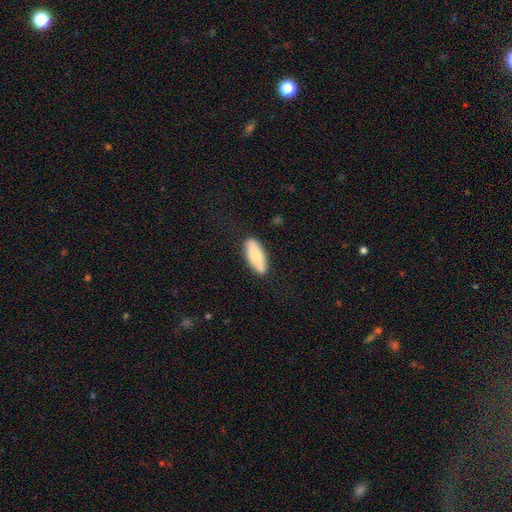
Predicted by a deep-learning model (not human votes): Q: Smooth or featured?
A: smooth (74%); runner-up: featured or disk (20%)
Q: How rounded?
A: in between (76%); runner-up: cigar-shaped (22%)
Q: Merging?
A: none (80%); runner-up: minor disturbance (15%)